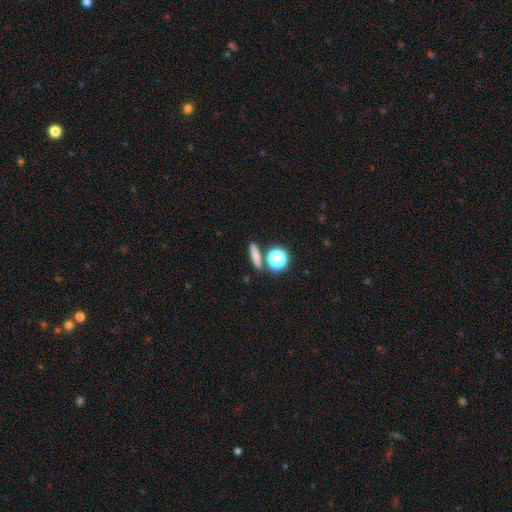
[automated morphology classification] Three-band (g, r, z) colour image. It shows a smooth galaxy with no disk features (73%) that is cigar-shaped (55%). Merging: none (80%).